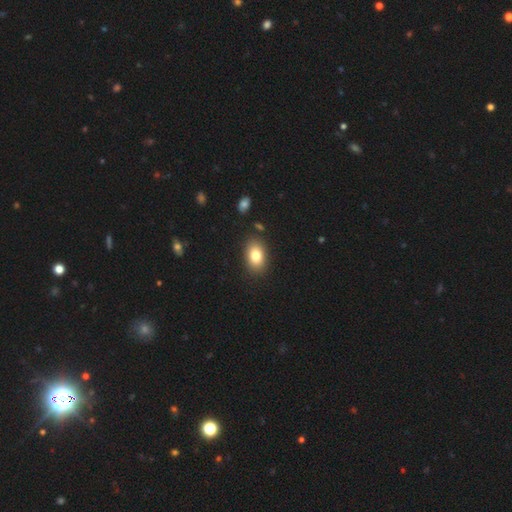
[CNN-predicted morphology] A smooth galaxy with no disk features (81%) that is in between round and cigar-shaped (85%).

Vote fractions:
- Smooth or featured? smooth: 81% / featured or disk: 10% / star or artifact: 9%
- How rounded? in between: 85% / round: 13% / cigar-shaped: 1%
- Merging? none: 86% / minor disturbance: 9% / major disturbance: 3% / merger: 2%